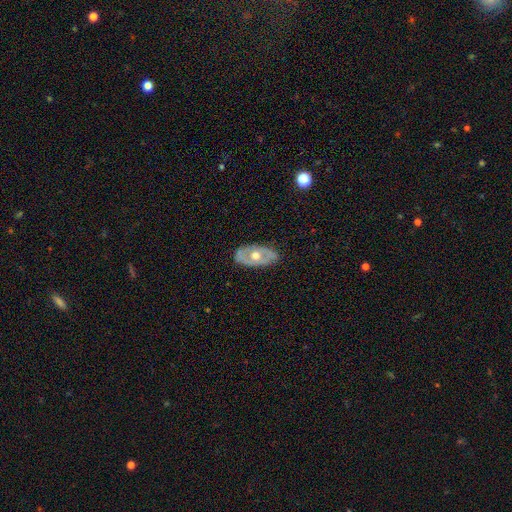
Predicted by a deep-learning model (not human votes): Smooth or featured: featured or disk — 65% (smooth — 30%)
Edge-on disk: no — 86% (yes — 14%)
Bar: no — 84% (weak — 12%)
Spiral arms: no — 75% (yes — 25%)
Bulge size: moderate — 77% (large — 13%)
Merging: none — 82% (minor disturbance — 14%)